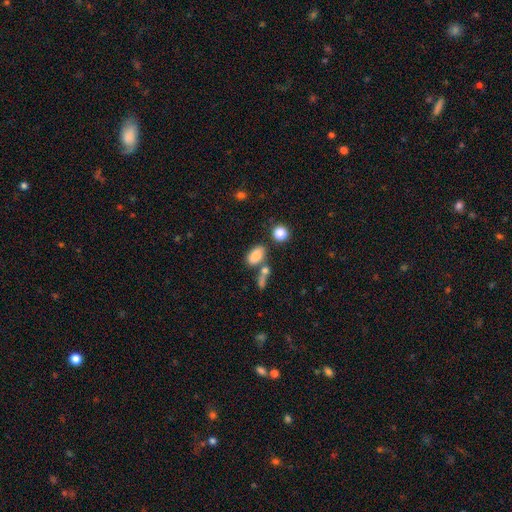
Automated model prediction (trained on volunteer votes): smooth_or_featured: smooth (p=0.82) [alt: star or artifact p=0.10]
how_rounded: in between (p=0.88) [alt: round p=0.09]
merging: none (p=0.57) [alt: merger p=0.23]